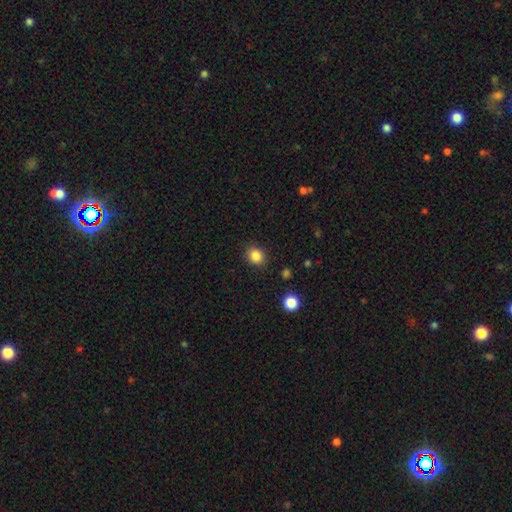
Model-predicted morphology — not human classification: smooth-or-featured: smooth: 85% | star or artifact: 11% | featured or disk: 4%
  how-rounded: round: 67% | in between: 33% | cigar-shaped: 1%
  merging: none: 88% | minor disturbance: 8% | major disturbance: 2% | merger: 1%